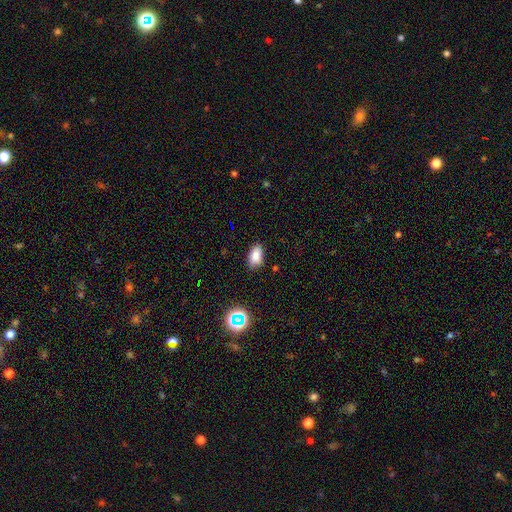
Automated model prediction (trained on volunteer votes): Smooth or featured: smooth — 83% (star or artifact — 11%)
How rounded: in between — 91% (round — 7%)
Merging: none — 82% (minor disturbance — 14%)